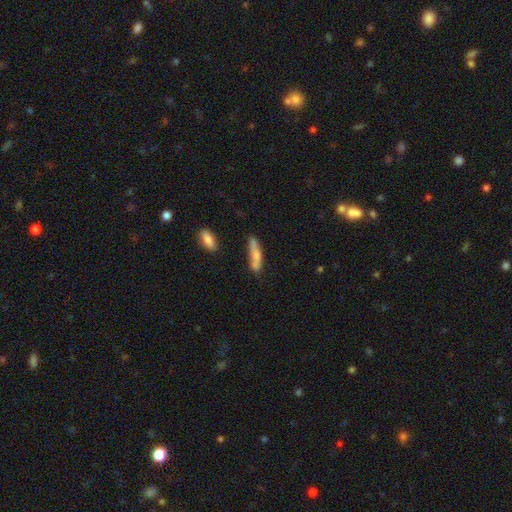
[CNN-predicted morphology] This appears to be a smooth galaxy with no disk features (67%) that is cigar-shaped (75%). Merging: none (61%).